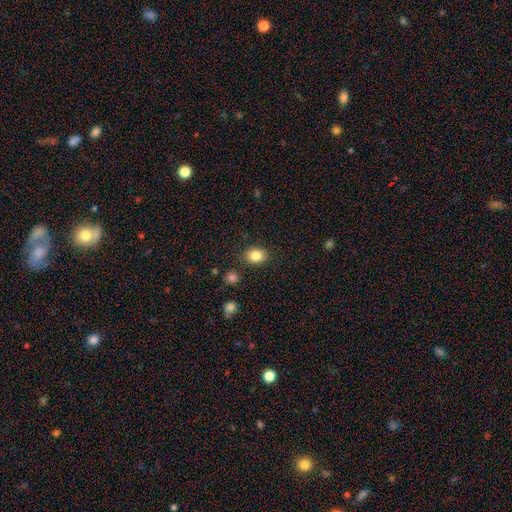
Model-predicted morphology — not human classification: Smooth or featured? smooth (84%)
How rounded? in between (57%)
Merging? none (87%)